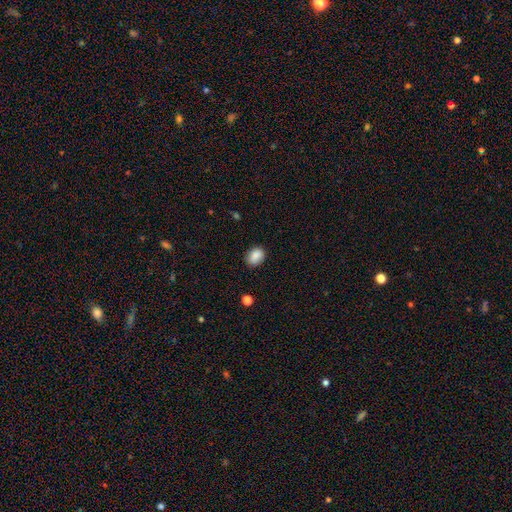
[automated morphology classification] type=smooth (87%); roundness=in between (62%); merging=none (83%).